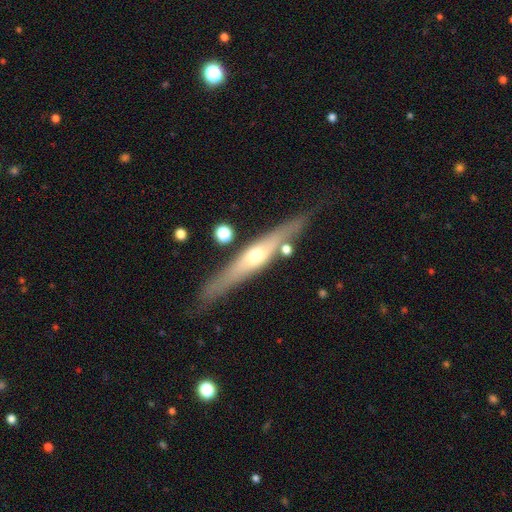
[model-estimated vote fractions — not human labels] Morphology: type=featured or disk (67%); edge-on=yes (91%); edge-on bulge=rounded (85%); merging=none (79%).